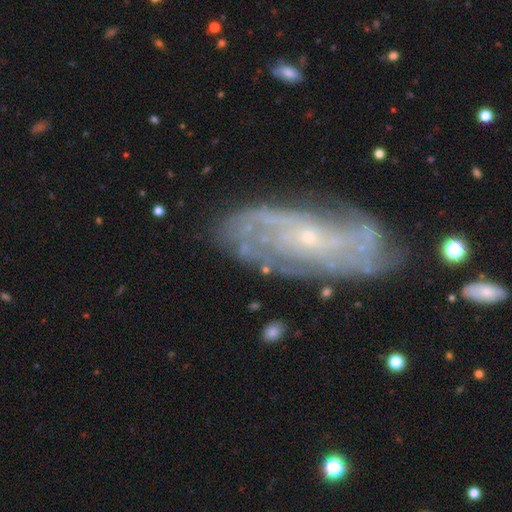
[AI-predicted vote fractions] smooth-or-featured: featured or disk: 84% | smooth: 10% | star or artifact: 7%
  disk-edge-on: no: 90% | yes: 10%
    bar: no: 70% | weak: 24% | strong: 6%
    has-spiral-arms: yes: 93% | no: 7%
      spiral-winding: tight: 56% | medium: 32% | loose: 12%
      spiral-arm-count: can't tell: 42% | 2: 19% | 3: 12% | 4: 12% | more than 4: 9% | 1: 6%
    bulge-size: small: 83% | moderate: 12% | none: 2% | large: 1% | dominant: 1%
  merging: none: 78% | minor disturbance: 15% | major disturbance: 5% | merger: 2%